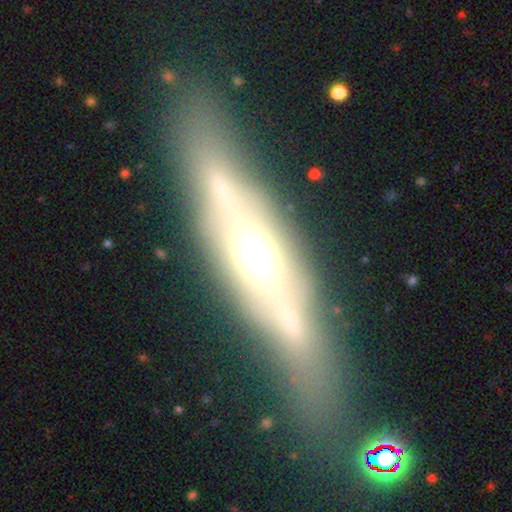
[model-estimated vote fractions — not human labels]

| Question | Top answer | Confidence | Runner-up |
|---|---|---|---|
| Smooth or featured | featured or disk | 59% | smooth (30%) |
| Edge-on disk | yes | 80% | no (20%) |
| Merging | none | 80% | minor disturbance (11%) |